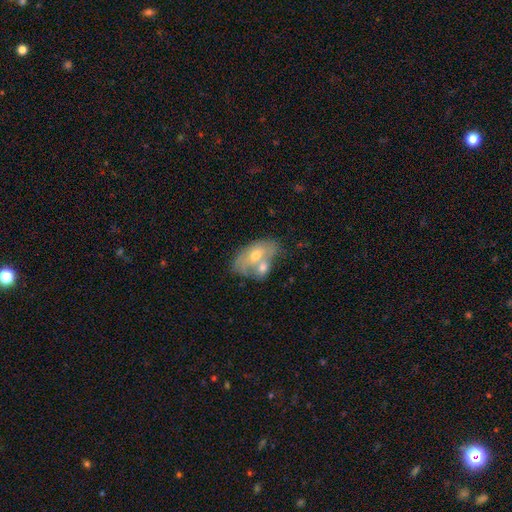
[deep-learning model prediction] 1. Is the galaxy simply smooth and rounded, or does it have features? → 48% smooth, 45% featured or disk, 7% star or artifact.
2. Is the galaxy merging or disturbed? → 57% merger, 25% none, 12% minor disturbance, 6% major disturbance.